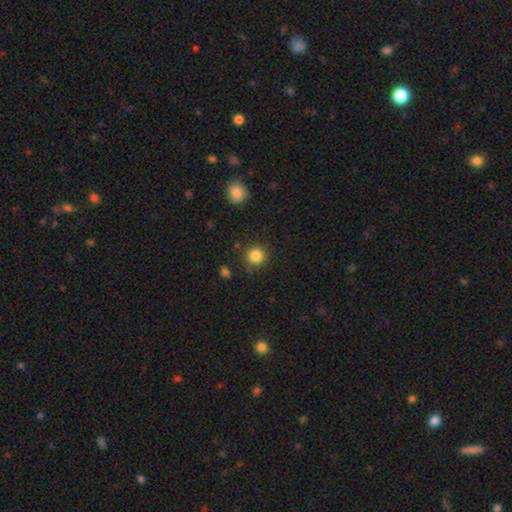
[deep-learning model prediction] The model was most divided on "smooth or featured": smooth: 85%, star or artifact: 11%, featured or disk: 4%. More confident: how rounded — round (93%); merging — none (86%).